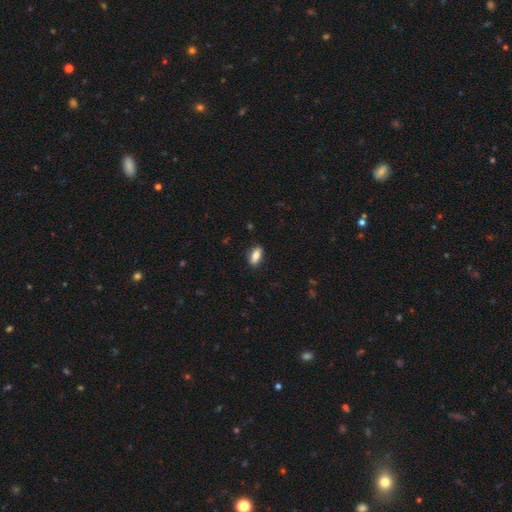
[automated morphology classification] smooth 74%, featured or disk 19%, star or artifact 7%. Down the decision tree: how rounded — in between (80%); merging — none (86%).